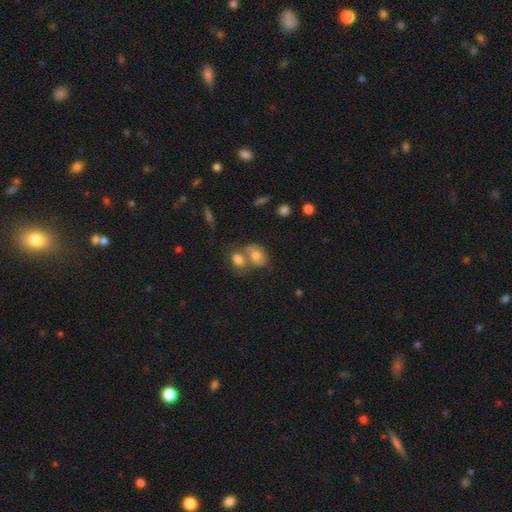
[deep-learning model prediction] smooth-or-featured: smooth: 66% | featured or disk: 22% | star or artifact: 12%
  how-rounded: in between: 60% | round: 38% | cigar-shaped: 2%
  merging: merger: 58% | none: 28% | minor disturbance: 10% | major disturbance: 5%